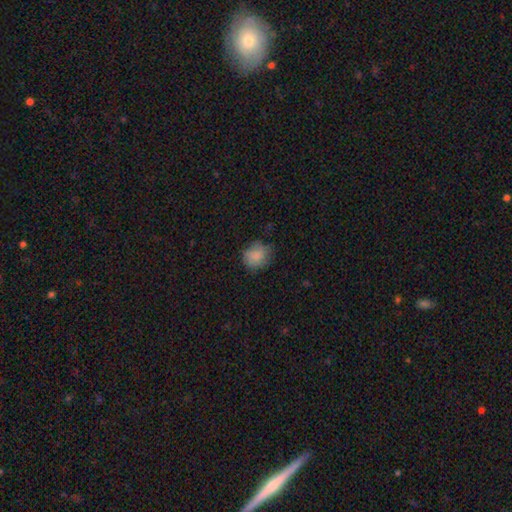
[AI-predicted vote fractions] Smooth or featured? Predicted: smooth (p=0.82). How rounded? Predicted: round (p=0.74). Merging? Predicted: none (p=0.65).